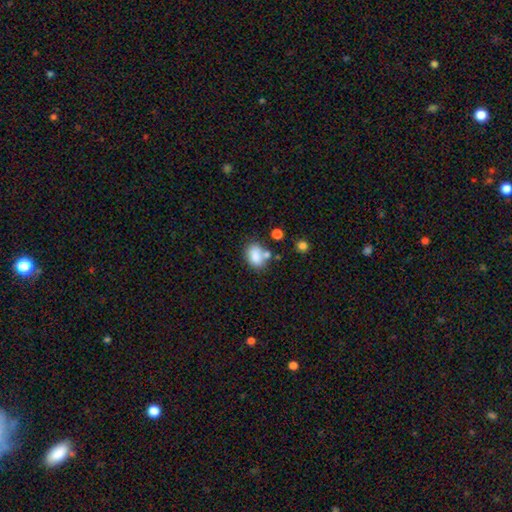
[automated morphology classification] type=smooth (81%); roundness=in between (78%); merging=none (54%).